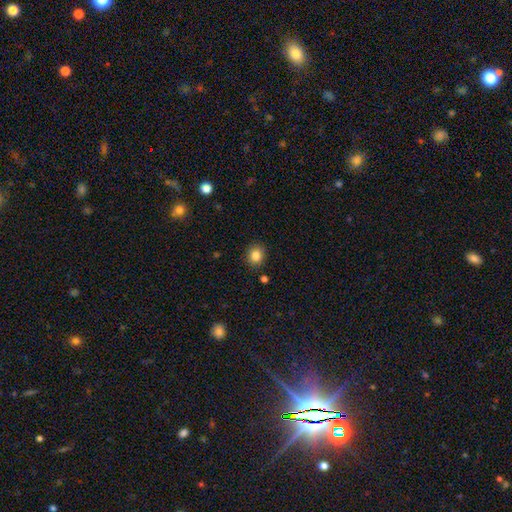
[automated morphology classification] smooth-or-featured: smooth: 84% | star or artifact: 11% | featured or disk: 5%
  how-rounded: round: 76% | in between: 23% | cigar-shaped: 1%
  merging: none: 88% | minor disturbance: 8% | major disturbance: 2% | merger: 2%